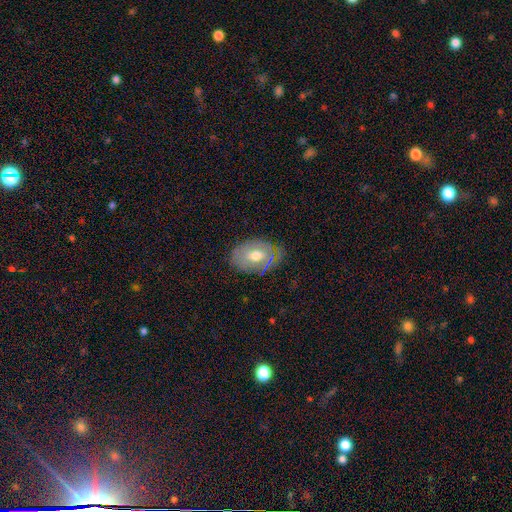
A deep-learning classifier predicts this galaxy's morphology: Overall: smooth (52%; featured or disk 39%). How rounded: in between (82%). Merging: none (74%).